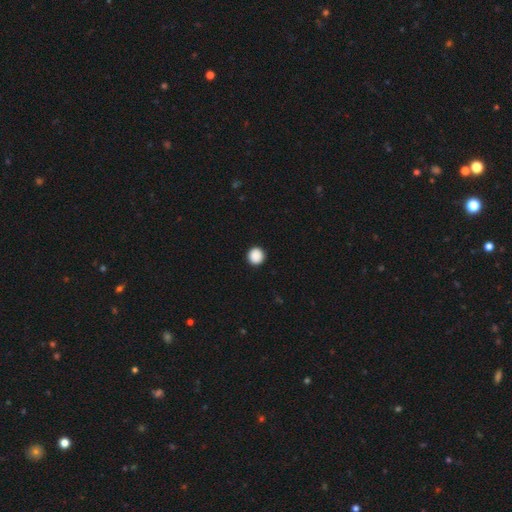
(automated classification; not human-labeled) The model was most divided on "smooth or featured": smooth: 90%, star or artifact: 8%, featured or disk: 2%. More confident: how rounded — round (93%); merging — none (93%).